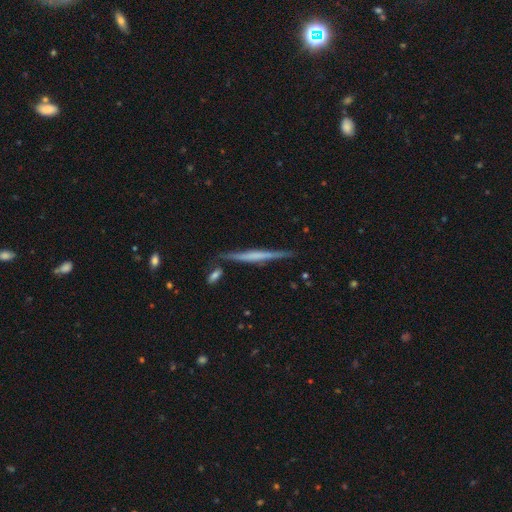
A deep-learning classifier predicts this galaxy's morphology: The model was most divided on "edge-on bulge": none: 50%, boxy: 26%, rounded: 24%. More confident: edge-on disk — yes (97%); merging — none (83%); smooth or featured — featured or disk (65%).